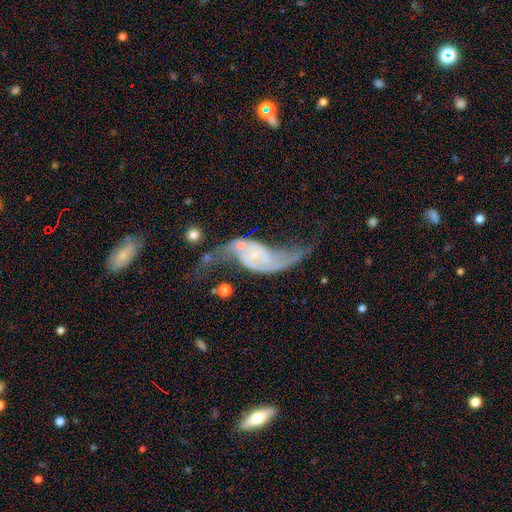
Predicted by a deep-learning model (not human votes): Smooth or featured? featured or disk (85%)
Edge-on disk? no (95%)
Bar? no (62%)
Spiral arms? yes (92%)
Spiral winding? loose (76%)
Spiral arm count? 2 (89%)
Bulge size? small (65%)
Merging? none (32%)